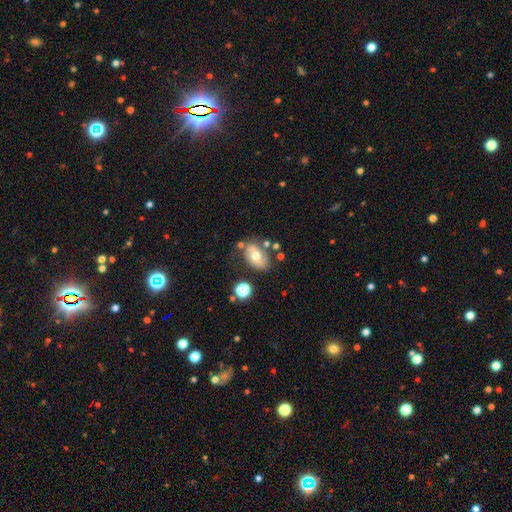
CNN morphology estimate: Smooth or featured? smooth (54%)
How rounded? in between (85%)
Merging? none (65%)